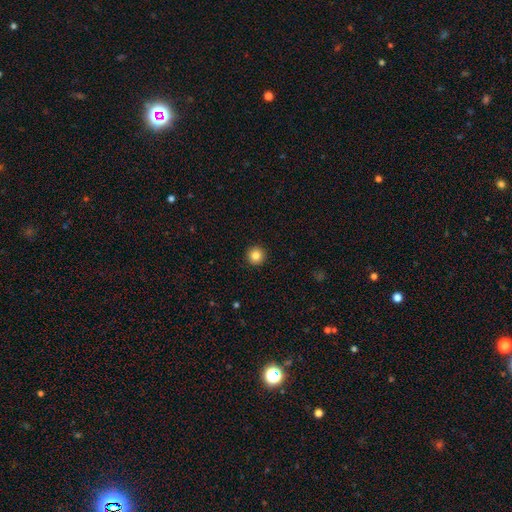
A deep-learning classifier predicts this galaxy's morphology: Smooth or featured? Predicted: smooth (p=0.83). How rounded? Predicted: round (p=0.96). Merging? Predicted: none (p=0.94).